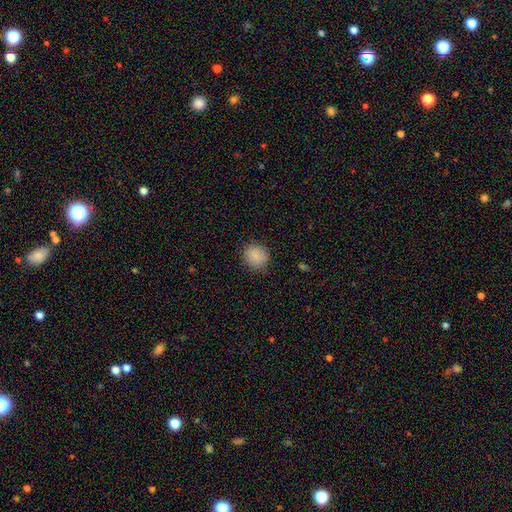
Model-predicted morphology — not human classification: Smooth or featured: smooth — 87% (star or artifact — 9%)
How rounded: round — 87% (in between — 12%)
Merging: none — 85% (minor disturbance — 11%)